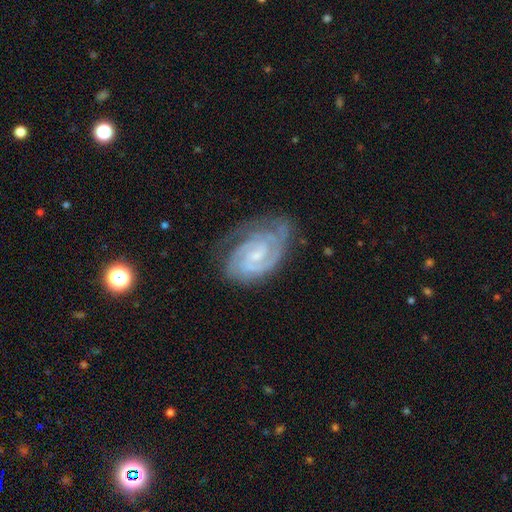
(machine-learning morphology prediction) A featured or disk galaxy (89%) with a weak bar (49%), 2 (64%) tight (67%) spiral arms (98%) and a small central bulge (68%).

Vote fractions:
- Smooth or featured? featured or disk: 89% / smooth: 6% / star or artifact: 5%
- Edge-on disk? no: 97% / yes: 3%
- Bar? weak: 49% / no: 36% / strong: 14%
- Spiral arms? yes: 98% / no: 2%
- Spiral winding? tight: 67% / medium: 29% / loose: 4%
- Spiral arm count? 2: 64% / 3: 16% / can't tell: 10% / 4: 3% / 1: 3% / more than 4: 3%
- Bulge size? small: 68% / moderate: 19% / none: 11% / large: 1% / dominant: 1%
- Merging? none: 71% / minor disturbance: 20% / major disturbance: 8% / merger: 2%